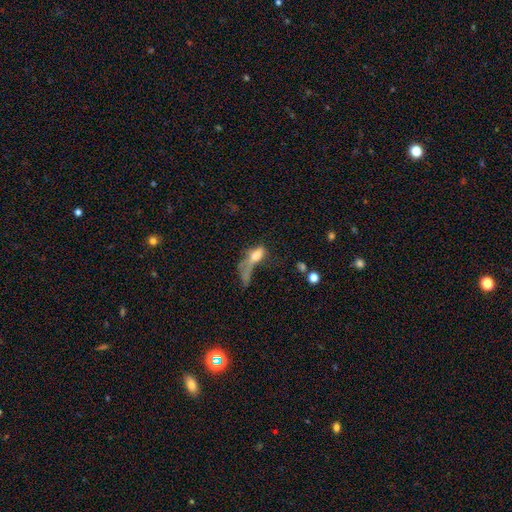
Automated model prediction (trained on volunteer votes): smooth 57%, featured or disk 31%, star or artifact 12%. Down the decision tree: how rounded — in between (67%); merging — major disturbance (56%).